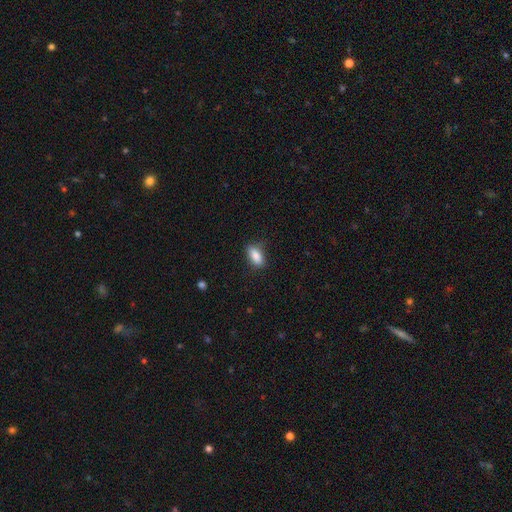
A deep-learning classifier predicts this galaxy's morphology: smooth-or-featured: smooth: 85% | star or artifact: 8% | featured or disk: 7%
  how-rounded: in between: 87% | cigar-shaped: 8% | round: 4%
  merging: none: 77% | minor disturbance: 18% | major disturbance: 4% | merger: 1%